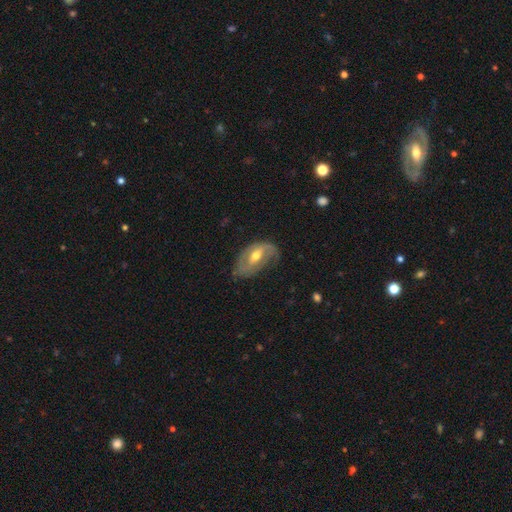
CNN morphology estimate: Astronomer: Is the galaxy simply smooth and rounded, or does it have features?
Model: featured or disk — 75%.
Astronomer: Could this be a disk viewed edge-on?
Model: no — 93%.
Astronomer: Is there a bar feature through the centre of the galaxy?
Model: weak — 43% (runner-up: strong, 30%).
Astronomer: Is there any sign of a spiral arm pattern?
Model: yes — 83%.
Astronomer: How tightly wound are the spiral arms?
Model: medium — 38% (runner-up: loose, 33%).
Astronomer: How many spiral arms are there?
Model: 2 — 62%.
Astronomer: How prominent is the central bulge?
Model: moderate — 71%.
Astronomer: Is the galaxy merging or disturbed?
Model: none — 55%.